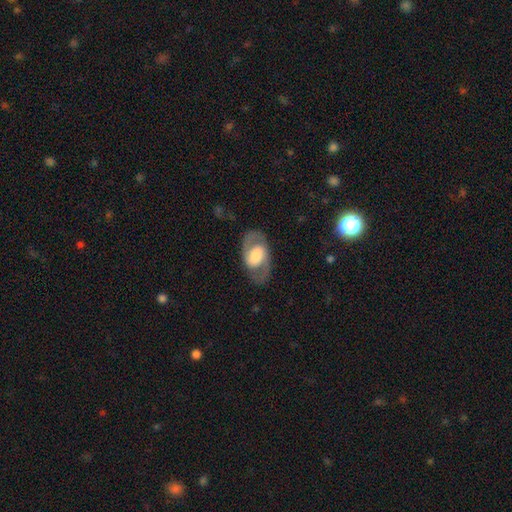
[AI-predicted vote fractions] Overall: featured or disk (72%). Edge-on disk: no (95%). Bar: no (43%; weak 39%). Spiral arms: yes (82%). Spiral arm count: 2 (90%). Spiral winding: medium (55%; tight 23%). Bulge size: large (43%; moderate 36%). Merging: none (79%).